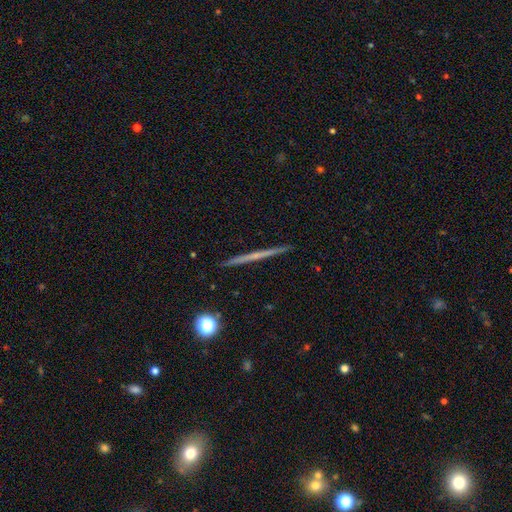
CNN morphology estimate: A featured or disk galaxy (60%) viewed edge-on (98%) with no central bulge (83%).

Vote fractions:
- Smooth or featured? featured or disk: 60% / smooth: 34% / star or artifact: 7%
- Edge-on disk? yes: 98% / no: 2%
- Edge-on bulge? none: 83% / rounded: 13% / boxy: 4%
- Merging? none: 93% / minor disturbance: 5% / major disturbance: 1% / merger: 1%